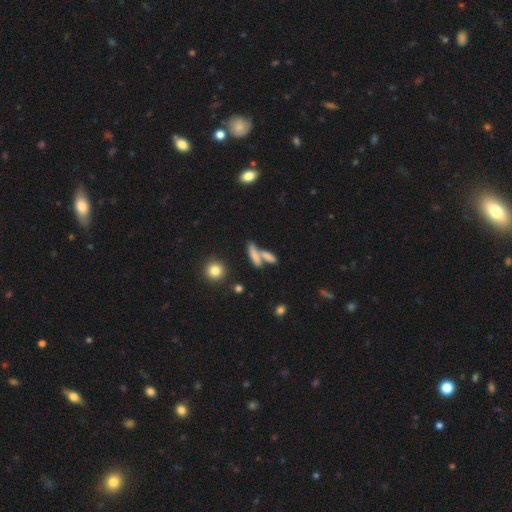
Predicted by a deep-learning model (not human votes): smooth_or_featured: smooth (p=0.67) [alt: featured or disk p=0.22]
how_rounded: cigar-shaped (p=0.64) [alt: in between p=0.31]
merging: merger (p=0.43) [alt: none p=0.42]